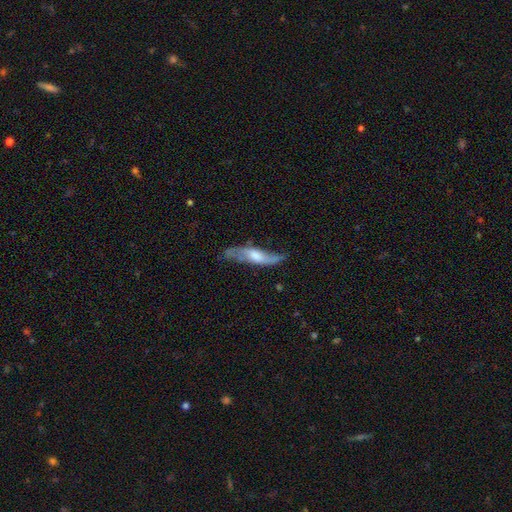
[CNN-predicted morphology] Smooth or featured?
  - featured or disk: 65% *
  - smooth: 29%
  - star or artifact: 6%
Edge-on disk?
  - no: 60% *
  - yes: 40%
Merging?
  - none: 56% *
  - minor disturbance: 28%
  - major disturbance: 13%
  - merger: 3%